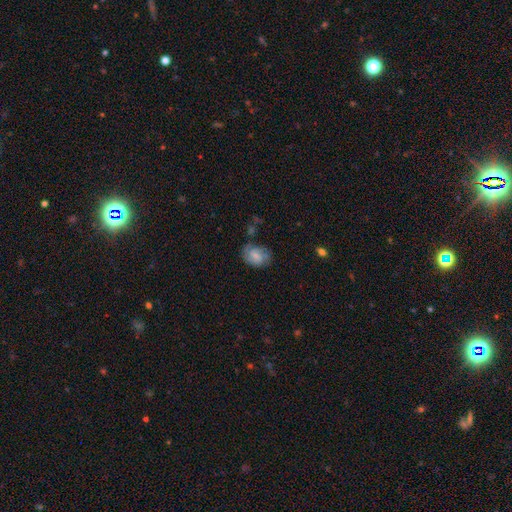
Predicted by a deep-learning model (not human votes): Smooth or featured? Predicted: featured or disk (p=0.47). Merging? Predicted: none (p=0.62).